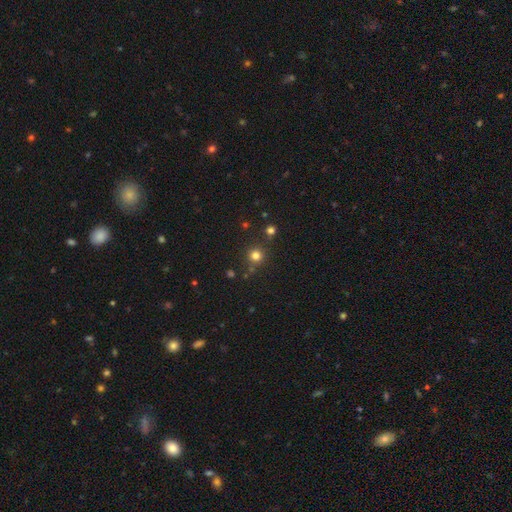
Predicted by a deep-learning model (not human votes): Smooth or featured? Predicted: smooth (p=0.78). How rounded? Predicted: round (p=0.94). Merging? Predicted: none (p=0.82).